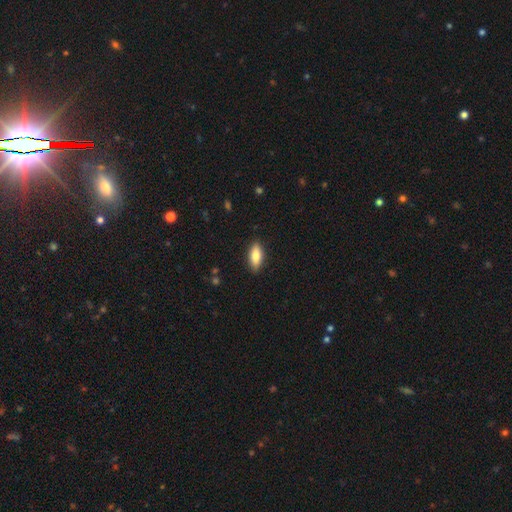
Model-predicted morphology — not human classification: Q: Smooth or featured?
A: smooth (79%); runner-up: featured or disk (15%)
Q: How rounded?
A: in between (79%); runner-up: cigar-shaped (18%)
Q: Merging?
A: none (88%); runner-up: minor disturbance (9%)